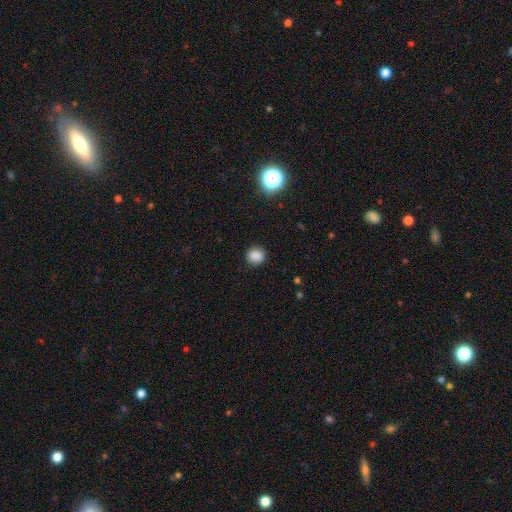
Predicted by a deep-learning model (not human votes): A smooth galaxy with no disk features (85%) that is round (80%).

Vote fractions:
- Smooth or featured? smooth: 85% / star or artifact: 12% / featured or disk: 4%
- How rounded? round: 80% / in between: 19% / cigar-shaped: 1%
- Merging? none: 88% / minor disturbance: 8% / major disturbance: 3% / merger: 1%